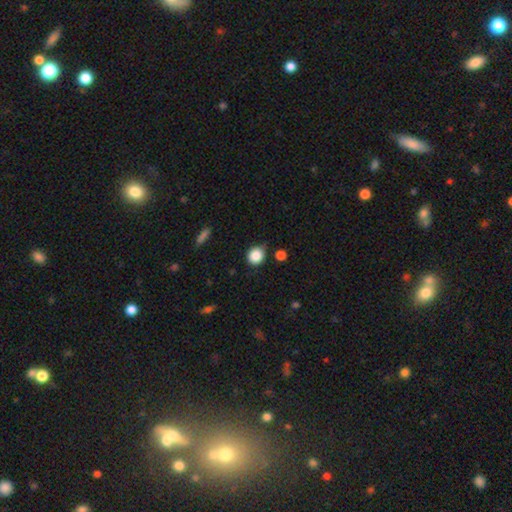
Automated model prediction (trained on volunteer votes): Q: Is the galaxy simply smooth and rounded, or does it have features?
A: smooth — 86%.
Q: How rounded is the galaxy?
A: round — 83%.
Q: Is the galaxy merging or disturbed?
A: none — 78%.